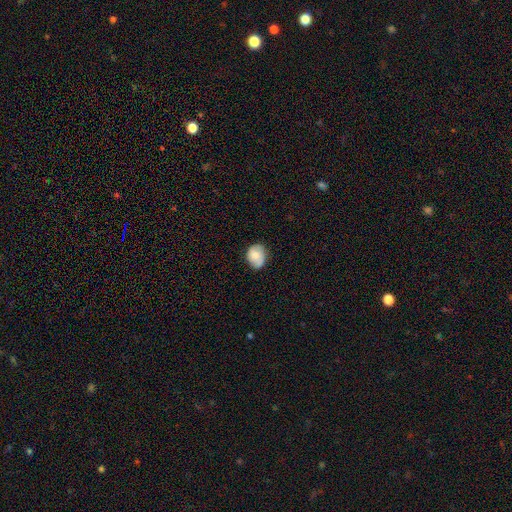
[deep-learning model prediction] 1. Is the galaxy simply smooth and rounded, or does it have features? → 69% smooth, 24% featured or disk, 8% star or artifact.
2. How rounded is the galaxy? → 50% round, 49% in between, 1% cigar-shaped.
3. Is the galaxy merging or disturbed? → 75% none, 20% minor disturbance, 4% major disturbance, 1% merger.